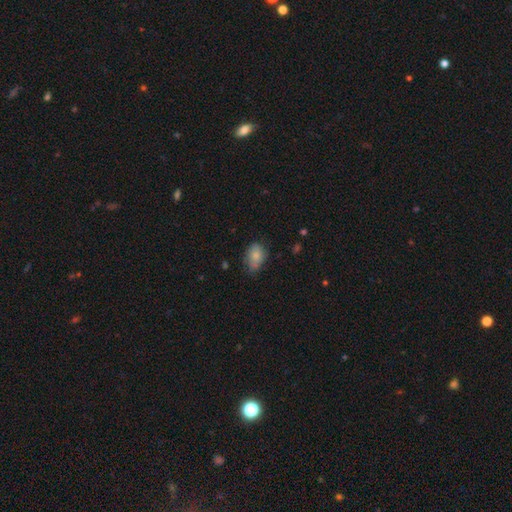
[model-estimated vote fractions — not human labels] A smooth galaxy with no disk features (81%) that is in between round and cigar-shaped (82%).

Vote fractions:
- Smooth or featured? smooth: 81% / featured or disk: 11% / star or artifact: 8%
- How rounded? in between: 82% / round: 17% / cigar-shaped: 1%
- Merging? none: 56% / minor disturbance: 34% / major disturbance: 8% / merger: 2%